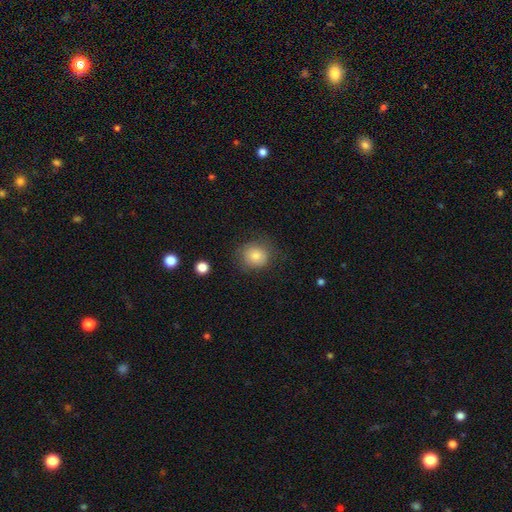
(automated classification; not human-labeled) smooth 79%, featured or disk 11%, star or artifact 10%. Down the decision tree: how rounded — round (82%); merging — none (76%).